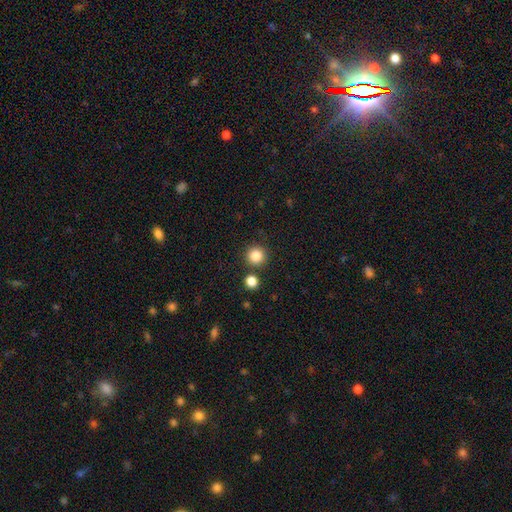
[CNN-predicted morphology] A smooth galaxy with no disk features (85%) that is round (94%).

Vote fractions:
- Smooth or featured? smooth: 85% / star or artifact: 11% / featured or disk: 4%
- How rounded? round: 94% / in between: 5% / cigar-shaped: 1%
- Merging? none: 86% / minor disturbance: 6% / merger: 6% / major disturbance: 2%